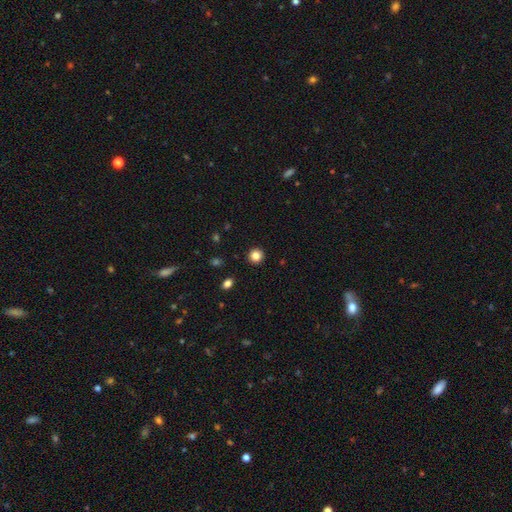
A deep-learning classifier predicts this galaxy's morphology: Smooth or featured: smooth — 84% (star or artifact — 11%)
How rounded: round — 94% (in between — 5%)
Merging: none — 93% (minor disturbance — 5%)